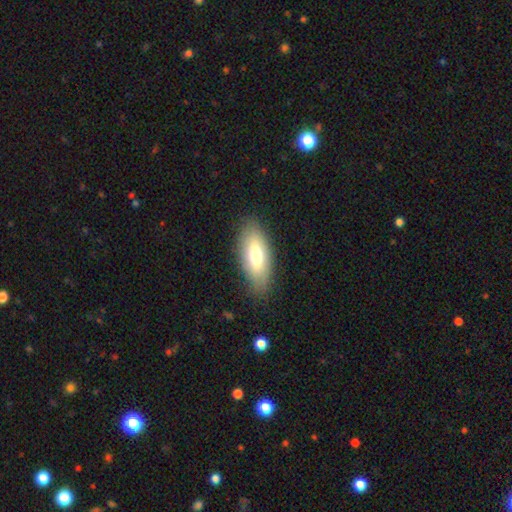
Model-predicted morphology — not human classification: The model was most divided on "smooth or featured": smooth: 69%, featured or disk: 25%, star or artifact: 7%. More confident: merging — none (83%); how rounded — in between (82%).